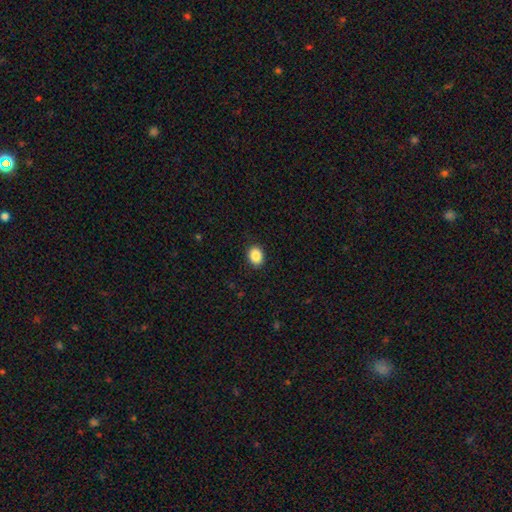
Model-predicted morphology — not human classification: This appears to be a smooth galaxy with no disk features (87%) that is in between round and cigar-shaped (58%). Merging: none (90%).